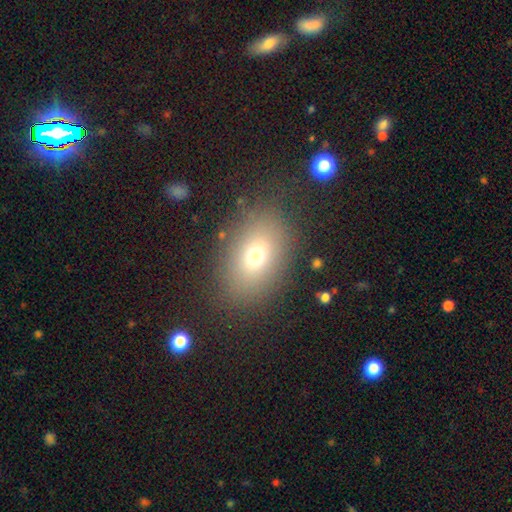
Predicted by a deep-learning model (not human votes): Morphology: type=smooth (70%); roundness=in between (75%); merging=none (81%).